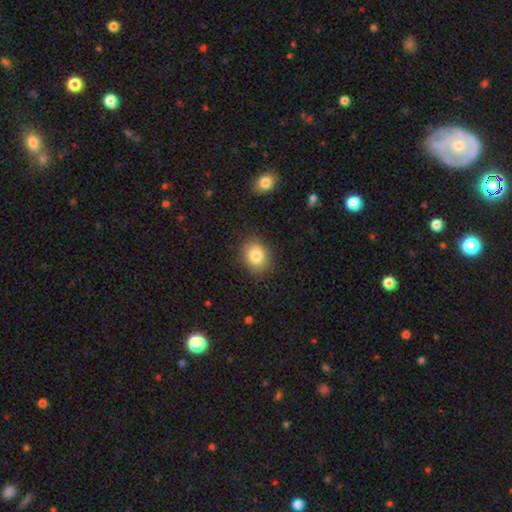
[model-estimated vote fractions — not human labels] Smooth or featured? smooth (82%)
How rounded? round (52%)
Merging? none (85%)